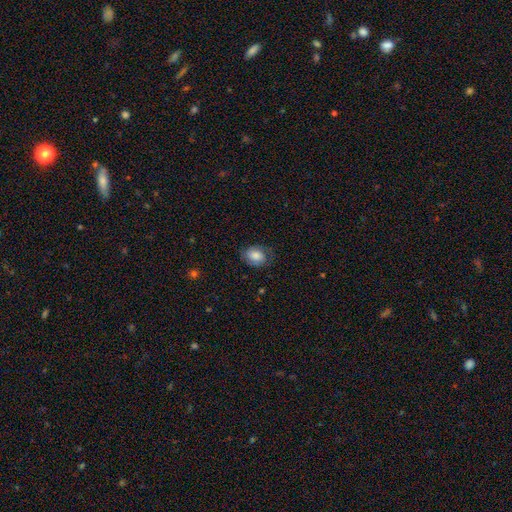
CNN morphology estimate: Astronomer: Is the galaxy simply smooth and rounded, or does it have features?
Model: smooth — 68%.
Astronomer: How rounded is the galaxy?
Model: in between — 62% (runner-up: round, 37%).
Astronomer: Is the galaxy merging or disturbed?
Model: none — 70%.